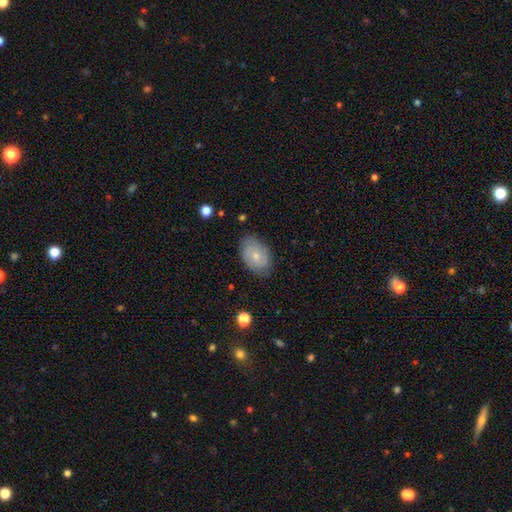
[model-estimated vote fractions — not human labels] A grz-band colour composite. It shows a smooth galaxy with no disk features (61%) that is in between round and cigar-shaped (87%). Merging: none (79%).